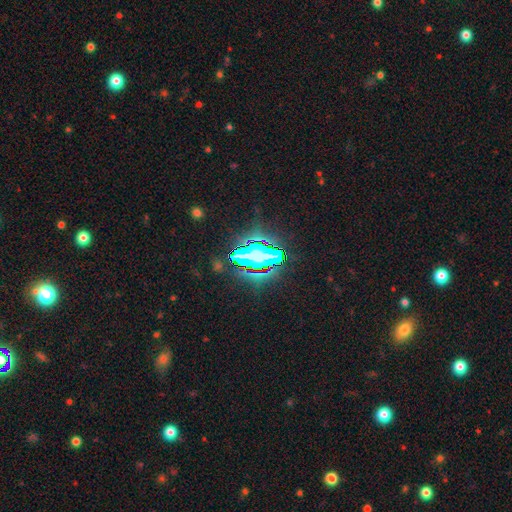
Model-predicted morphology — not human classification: A star or artifact, not a galaxy (66%).